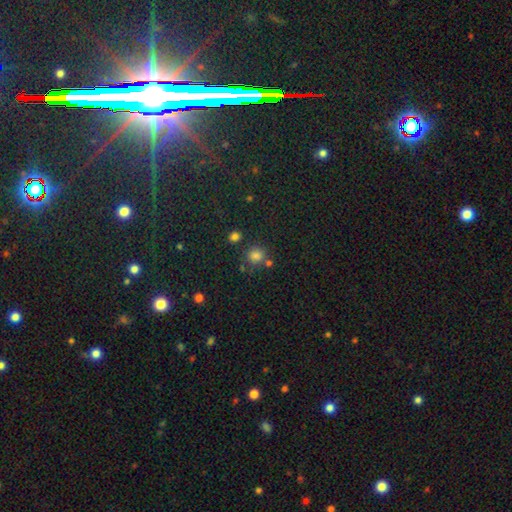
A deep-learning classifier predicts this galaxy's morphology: Smooth or featured? Predicted: smooth (p=0.78). How rounded? Predicted: round (p=0.86). Merging? Predicted: none (p=0.74).